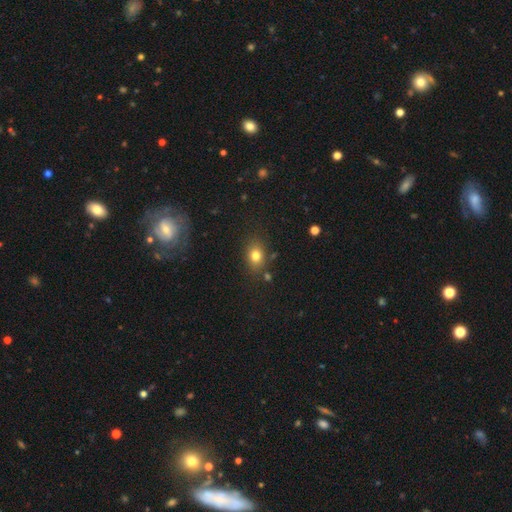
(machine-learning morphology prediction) smooth-or-featured: smooth: 78% | star or artifact: 13% | featured or disk: 9%
  how-rounded: in between: 59% | round: 40% | cigar-shaped: 2%
  merging: none: 79% | minor disturbance: 13% | major disturbance: 4% | merger: 4%